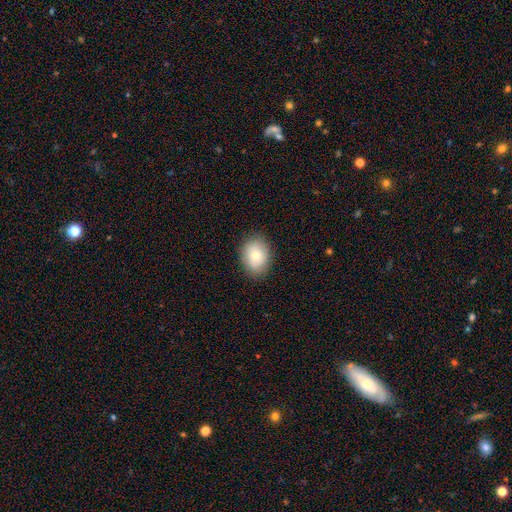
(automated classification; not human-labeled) Q: Smooth or featured?
A: smooth (77%); runner-up: featured or disk (15%)
Q: How rounded?
A: in between (68%); runner-up: round (31%)
Q: Merging?
A: none (86%); runner-up: minor disturbance (11%)